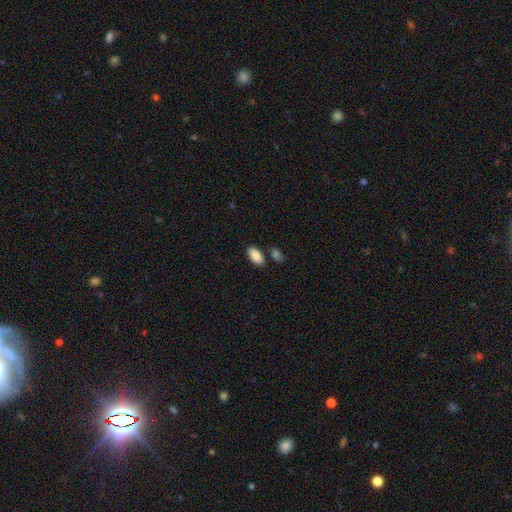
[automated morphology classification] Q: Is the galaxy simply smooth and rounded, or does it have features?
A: smooth — 89%.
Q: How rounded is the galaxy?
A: in between — 94%.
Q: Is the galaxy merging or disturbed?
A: none — 79%.